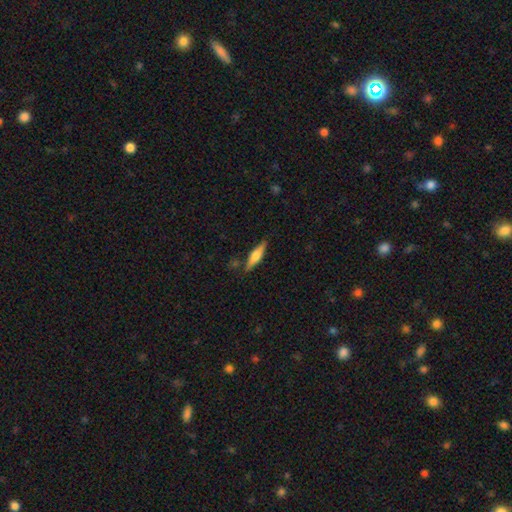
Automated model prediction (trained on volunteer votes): Overall: smooth (47%, tied with featured or disk). Merging: none (83%).